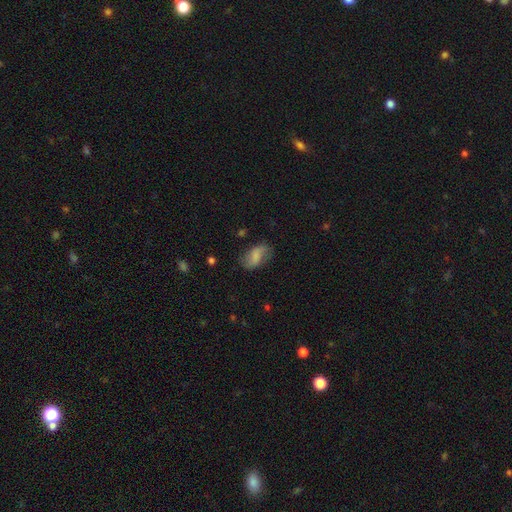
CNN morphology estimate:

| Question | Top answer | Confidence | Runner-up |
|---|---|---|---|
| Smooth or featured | smooth | 63% | featured or disk (28%) |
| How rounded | in between | 91% | round (6%) |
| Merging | none | 68% | minor disturbance (22%) |